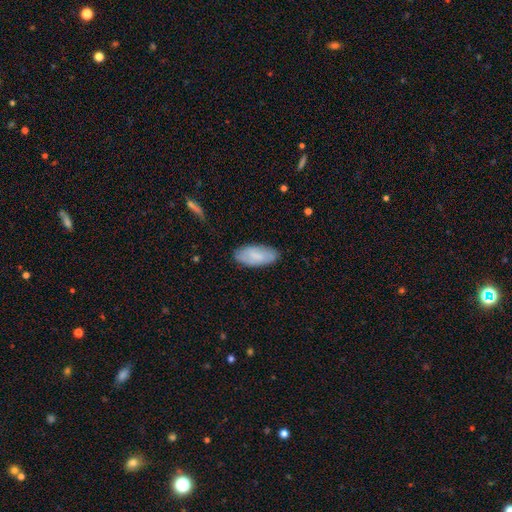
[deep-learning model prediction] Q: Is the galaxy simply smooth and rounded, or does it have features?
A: smooth — 76%.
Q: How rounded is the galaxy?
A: in between — 91%.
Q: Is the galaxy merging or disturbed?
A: none — 82%.